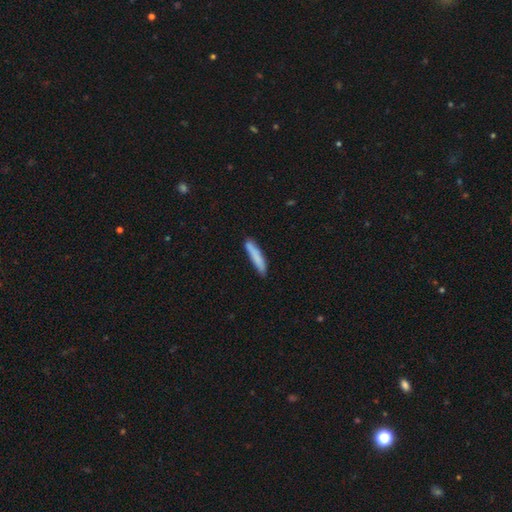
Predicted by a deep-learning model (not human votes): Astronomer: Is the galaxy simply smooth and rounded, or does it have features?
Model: smooth — 82%.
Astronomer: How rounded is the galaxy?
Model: cigar-shaped — 91%.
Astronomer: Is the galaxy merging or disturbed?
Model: none — 81%.